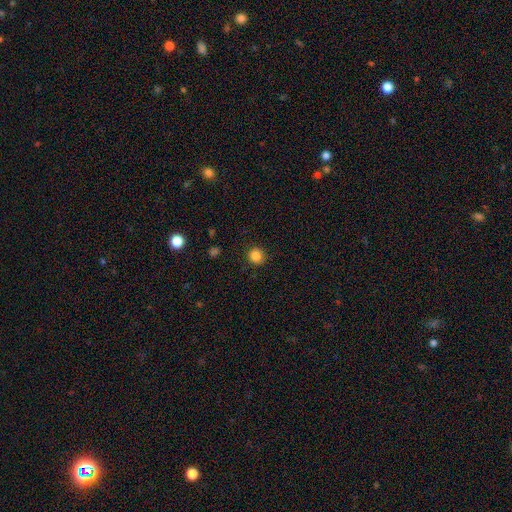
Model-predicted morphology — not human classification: smooth 85%, star or artifact 11%, featured or disk 4%. Down the decision tree: how rounded — round (91%); merging — none (91%).